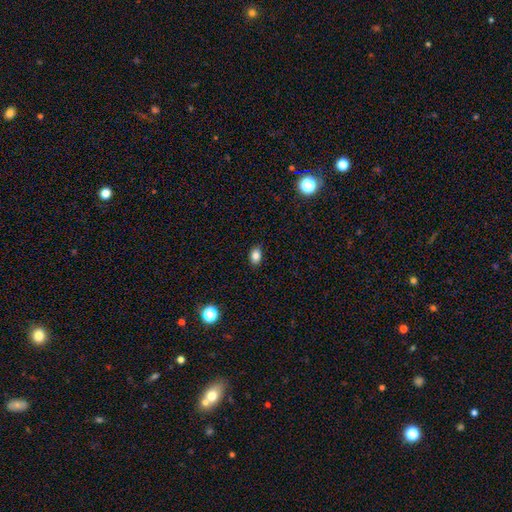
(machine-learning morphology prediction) A smooth galaxy with no disk features (84%) that is in between round and cigar-shaped (80%). Merging: none (87%).